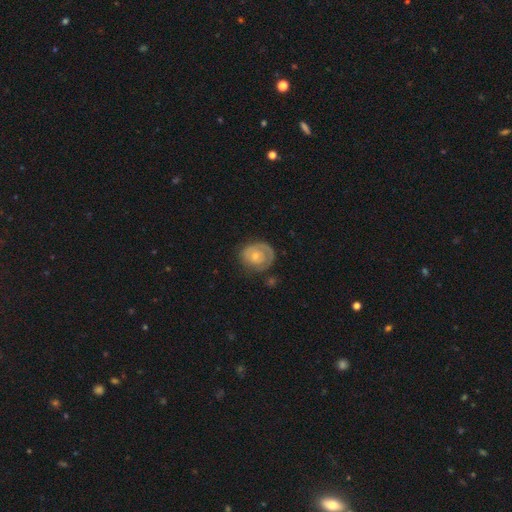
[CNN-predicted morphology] smooth-or-featured: featured or disk: 59% | smooth: 35% | star or artifact: 6%
  disk-edge-on: no: 97% | yes: 3%
    bar: no: 82% | weak: 15% | strong: 3%
    has-spiral-arms: yes: 66% | no: 34%
    bulge-size: small: 58% | moderate: 36% | none: 3% | large: 2% | dominant: 1%
  merging: none: 59% | minor disturbance: 24% | major disturbance: 14% | merger: 3%